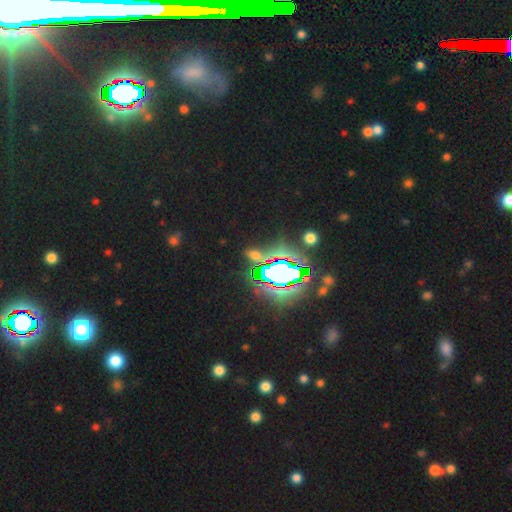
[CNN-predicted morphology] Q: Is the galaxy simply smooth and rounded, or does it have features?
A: star or artifact — 62%.